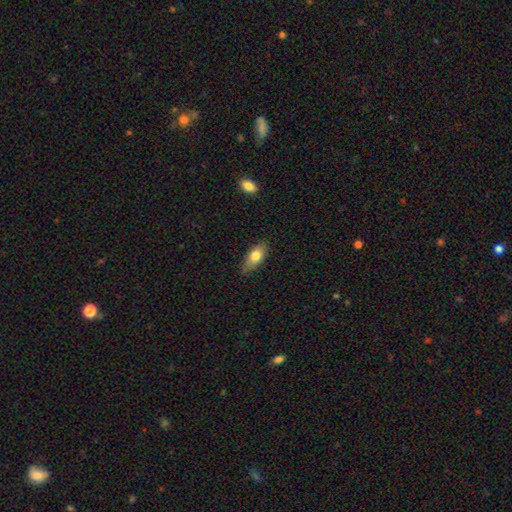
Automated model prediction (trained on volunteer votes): A smooth galaxy with no disk features (76%) that is in between round and cigar-shaped (81%). Merging: none (74%).